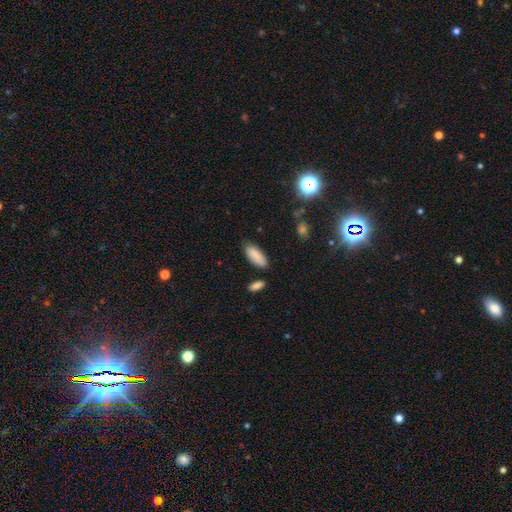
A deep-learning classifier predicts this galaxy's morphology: type=smooth (87%); roundness=in between (74%); merging=none (81%).